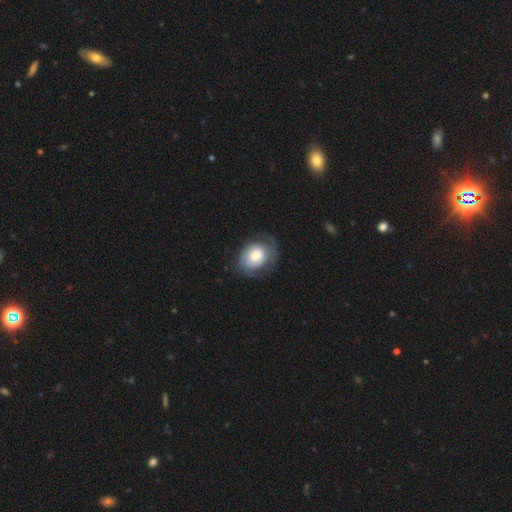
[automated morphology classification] The model was most divided on "smooth or featured": smooth: 51%, featured or disk: 42%, star or artifact: 7%. More confident: merging — none (59%); how rounded — round (56%).